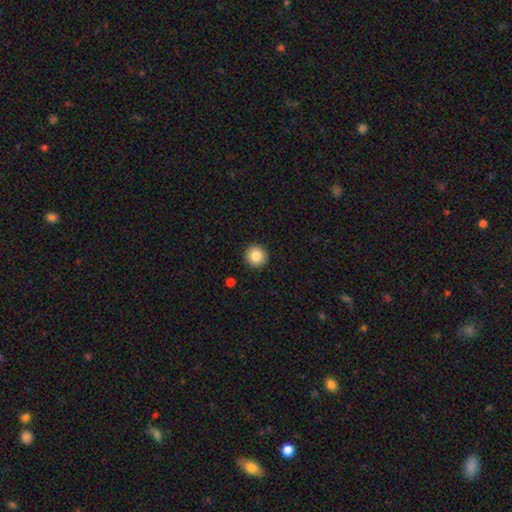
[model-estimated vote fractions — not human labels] Smooth or featured?
  - smooth: 85% *
  - star or artifact: 9%
  - featured or disk: 6%
How rounded?
  - round: 96% *
  - in between: 3%
  - cigar-shaped: 1%
Merging?
  - none: 93% *
  - minor disturbance: 5%
  - major disturbance: 1%
  - merger: 1%